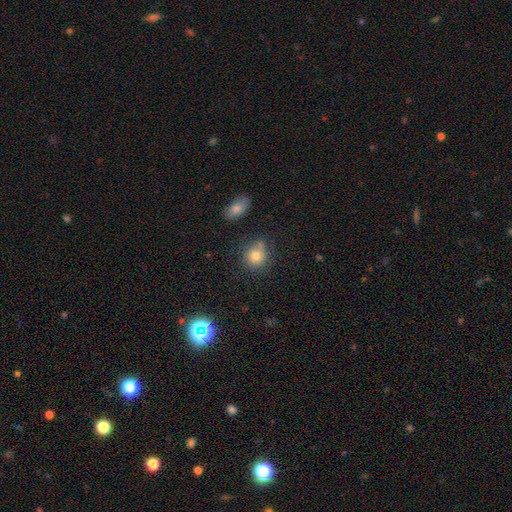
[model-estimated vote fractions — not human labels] smooth-or-featured: smooth: 79% | star or artifact: 11% | featured or disk: 10%
  how-rounded: round: 83% | in between: 15% | cigar-shaped: 1%
  merging: none: 70% | minor disturbance: 15% | merger: 10% | major disturbance: 5%